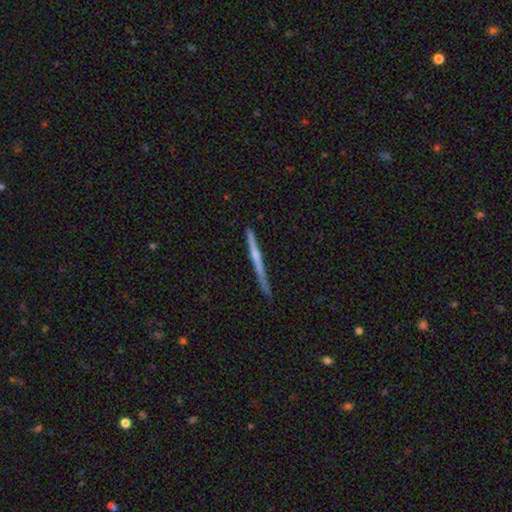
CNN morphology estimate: smooth-or-featured: featured or disk: 63% | smooth: 31% | star or artifact: 6%
  disk-edge-on: yes: 98% | no: 2%
    edge-on-bulge: rounded: 47% | none: 46% | boxy: 6%
  merging: none: 84% | minor disturbance: 12% | major disturbance: 2% | merger: 2%